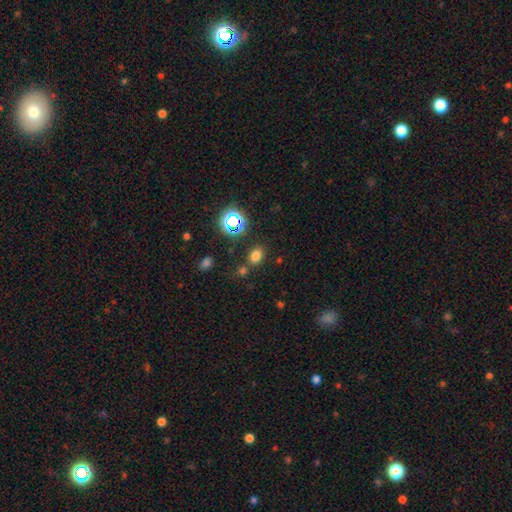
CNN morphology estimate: This is likely a smooth galaxy (70%). How rounded: possibly in between (59%). Merging: likely none (75%).